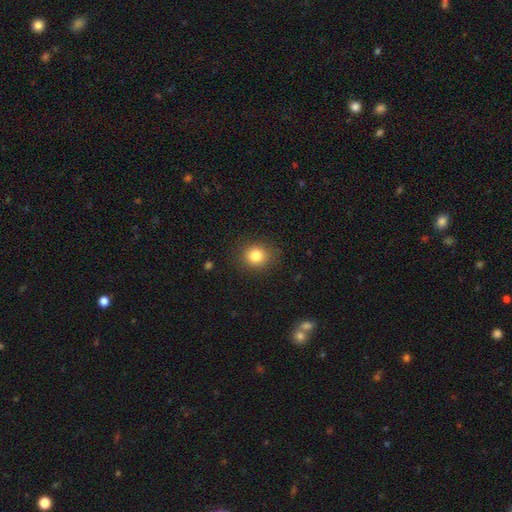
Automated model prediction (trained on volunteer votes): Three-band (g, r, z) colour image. It shows a smooth galaxy with no disk features (82%) that is round (78%). Merging: none (87%).